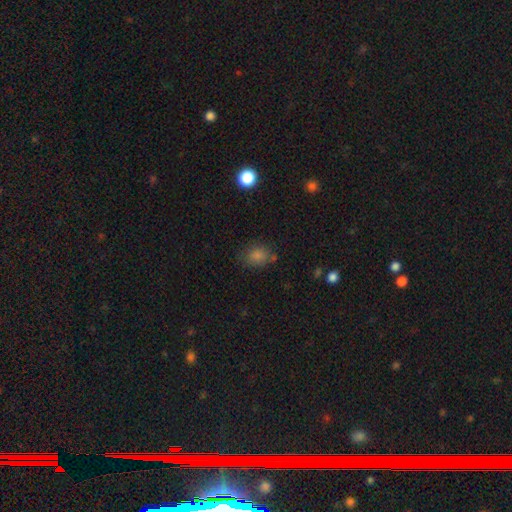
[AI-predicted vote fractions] Smooth or featured? smooth (78%)
How rounded? round (50%)
Merging? none (75%)